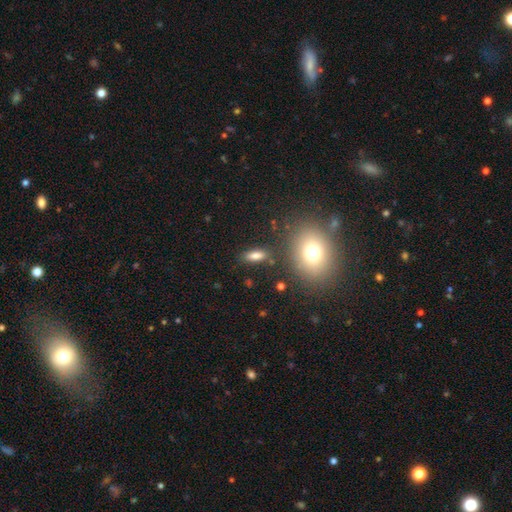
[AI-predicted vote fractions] Smooth or featured? Predicted: smooth (p=0.77). How rounded? Predicted: in between (p=0.66). Merging? Predicted: none (p=0.80).